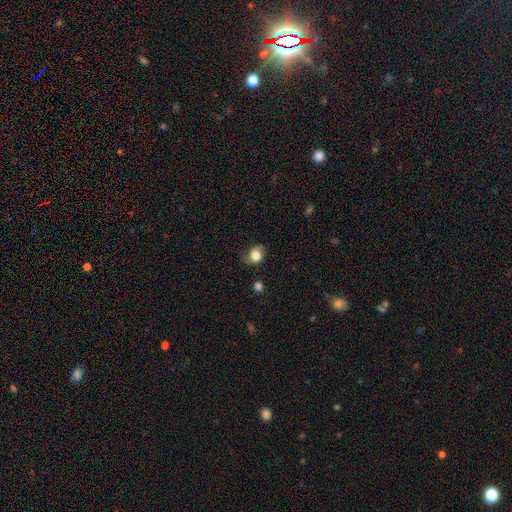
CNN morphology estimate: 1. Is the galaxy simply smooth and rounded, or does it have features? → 81% smooth, 10% featured or disk, 9% star or artifact.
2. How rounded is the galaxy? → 53% round, 46% in between, 1% cigar-shaped.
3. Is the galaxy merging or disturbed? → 63% none, 27% minor disturbance, 8% major disturbance, 2% merger.